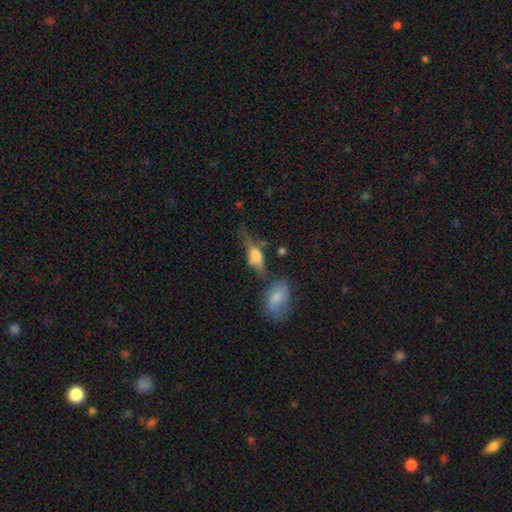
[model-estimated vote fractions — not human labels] smooth 53%, featured or disk 37%, star or artifact 10%. Down the decision tree: how rounded — in between (67%); merging — none (33%).